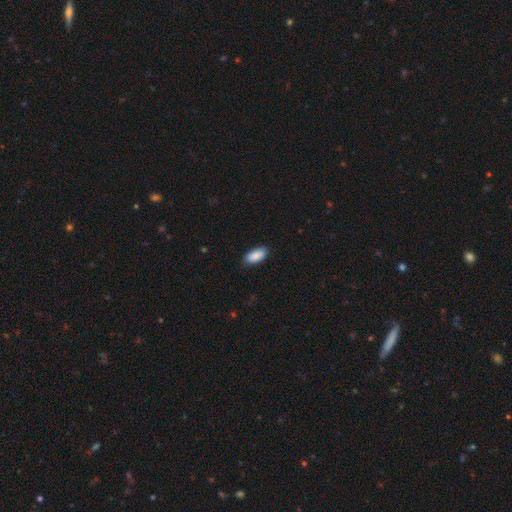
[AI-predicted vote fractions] This appears to be a smooth galaxy with no disk features (90%) that is in between round and cigar-shaped (92%). Merging: none (84%).